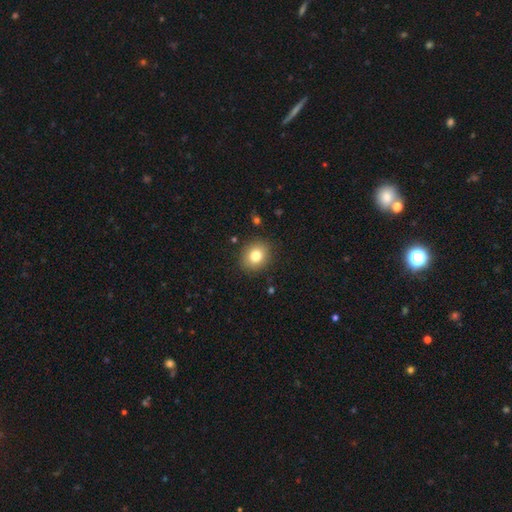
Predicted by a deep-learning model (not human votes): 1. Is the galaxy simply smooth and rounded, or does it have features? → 81% smooth, 10% star or artifact, 9% featured or disk.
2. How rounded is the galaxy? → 68% round, 32% in between, 1% cigar-shaped.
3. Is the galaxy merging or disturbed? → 87% none, 9% minor disturbance, 3% major disturbance, 1% merger.